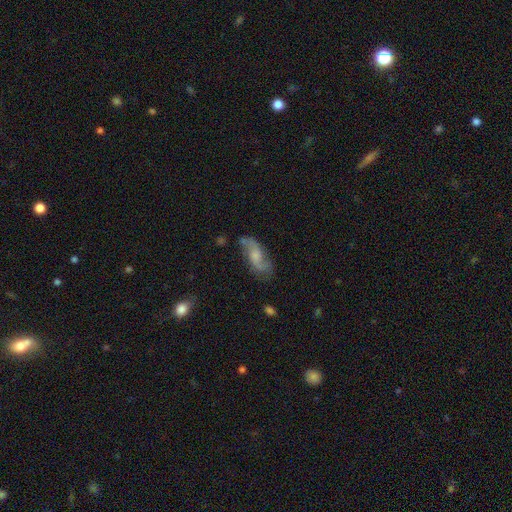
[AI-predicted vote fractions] The model was most divided on "bulge size": moderate: 37%, small: 29%, none: 22%, large: 11%, dominant: 2%. More confident: edge-on disk — no (91%); spiral arms — yes (91%); spiral arm count — 2 (88%); smooth or featured — featured or disk (67%); merging — none (67%); spiral winding — loose (62%); bar — no (55%).